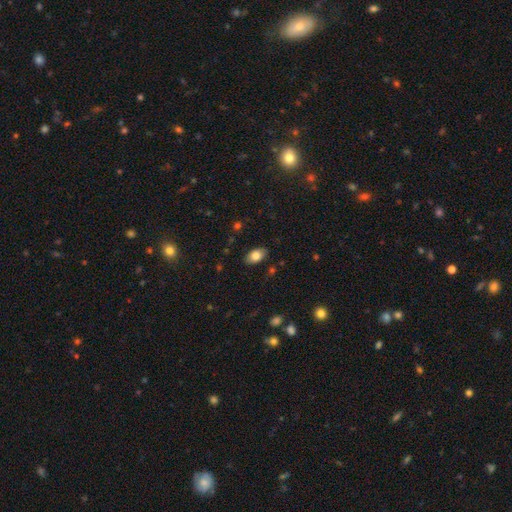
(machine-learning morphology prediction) Smooth or featured?
  - smooth: 82% *
  - featured or disk: 11%
  - star or artifact: 7%
How rounded?
  - in between: 91% *
  - round: 7%
  - cigar-shaped: 2%
Merging?
  - none: 85% *
  - minor disturbance: 11%
  - major disturbance: 3%
  - merger: 1%